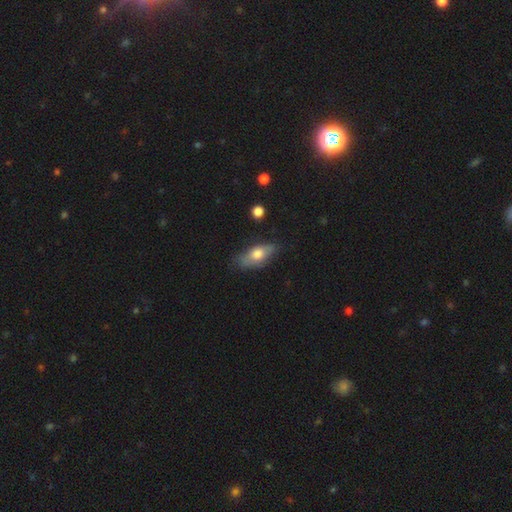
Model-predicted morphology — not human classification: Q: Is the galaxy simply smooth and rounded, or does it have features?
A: smooth — 60%.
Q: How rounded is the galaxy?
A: in between — 79%.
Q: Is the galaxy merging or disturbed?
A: none — 74%.